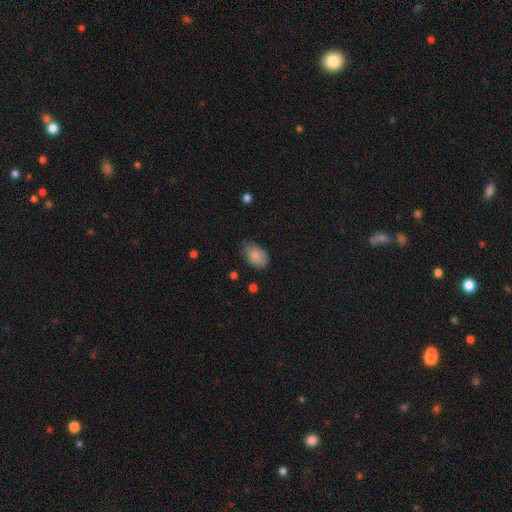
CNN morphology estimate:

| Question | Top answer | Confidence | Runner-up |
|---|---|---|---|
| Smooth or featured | smooth | 86% | star or artifact (7%) |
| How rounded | in between | 88% | round (11%) |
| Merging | none | 65% | minor disturbance (28%) |